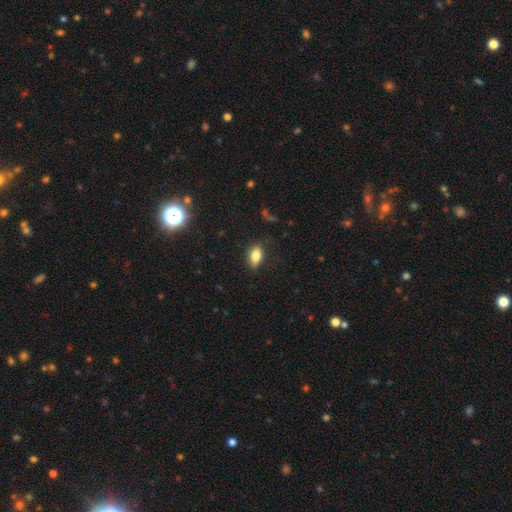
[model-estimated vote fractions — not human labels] A smooth galaxy with no disk features (80%) that is in between round and cigar-shaped (88%). Merging: none (80%).